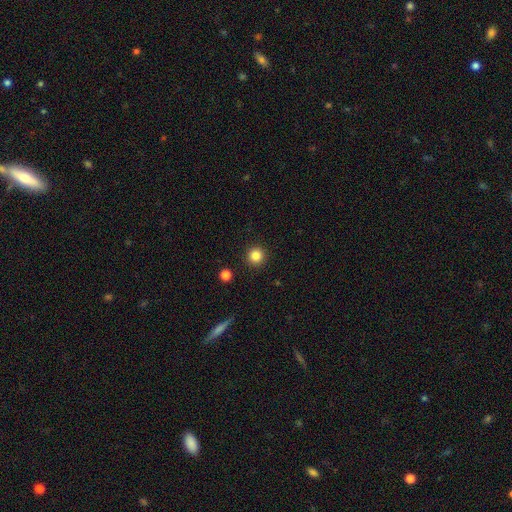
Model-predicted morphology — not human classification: A smooth galaxy with no disk features (84%) that is round (95%).

Vote fractions:
- Smooth or featured? smooth: 84% / star or artifact: 12% / featured or disk: 4%
- How rounded? round: 95% / in between: 4% / cigar-shaped: 1%
- Merging? none: 92% / minor disturbance: 5% / major disturbance: 2% / merger: 2%